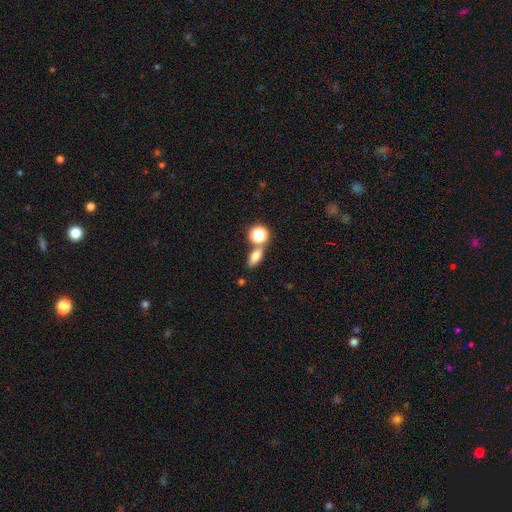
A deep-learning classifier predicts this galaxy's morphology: type=smooth (76%); roundness=in between (72%); merging=none (60%).